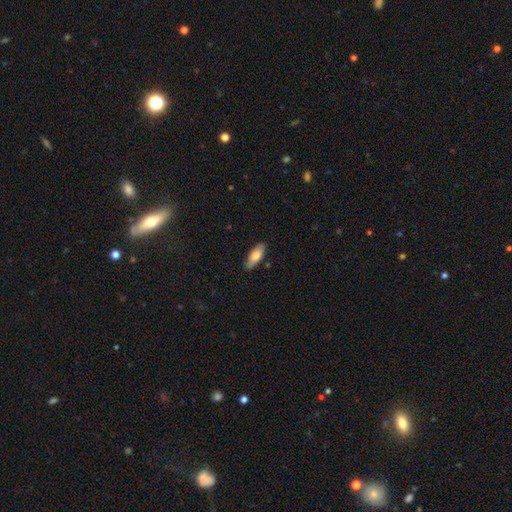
Overall: smooth (52%; featured or disk 42%). How rounded: in between (76%). Merging: none (84%).